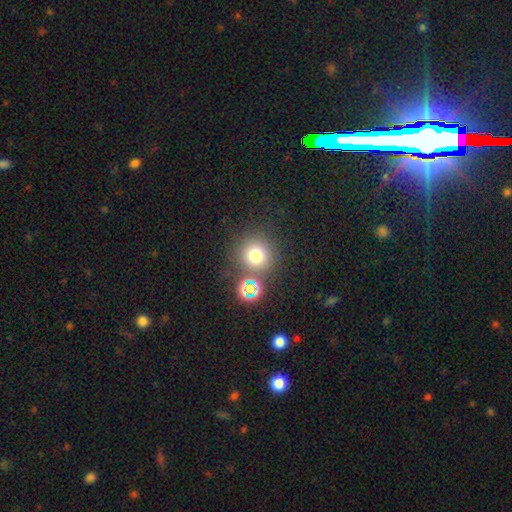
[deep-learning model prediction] This appears to be a smooth galaxy with no disk features (72%) that is round (94%). Merging: none (76%).